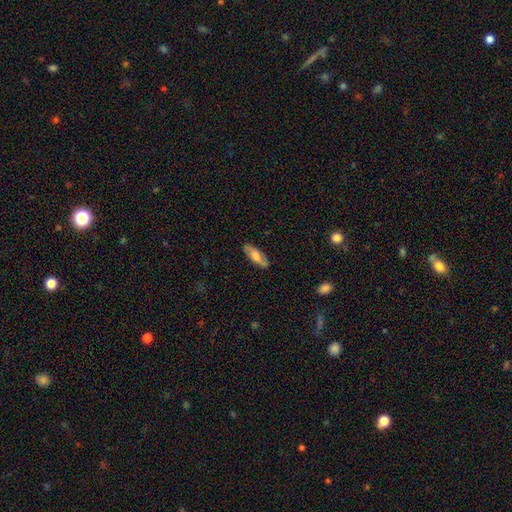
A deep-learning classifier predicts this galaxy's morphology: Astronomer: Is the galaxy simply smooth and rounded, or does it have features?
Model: smooth — 53% (runner-up: featured or disk, 41%).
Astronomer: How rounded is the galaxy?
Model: in between — 58% (runner-up: cigar-shaped, 40%).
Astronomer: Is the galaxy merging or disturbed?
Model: none — 85%.